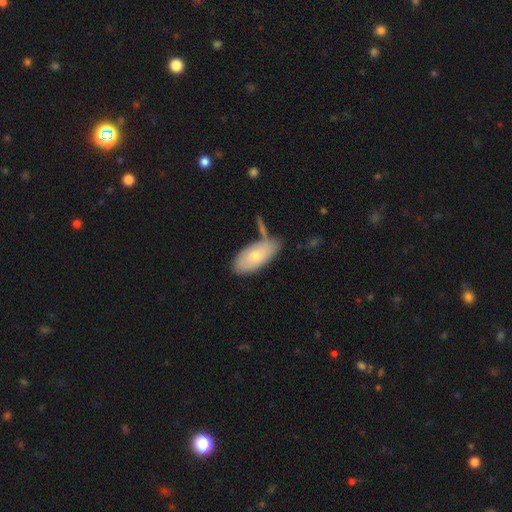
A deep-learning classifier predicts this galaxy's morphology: Q: Smooth or featured?
A: smooth (69%); runner-up: featured or disk (25%)
Q: How rounded?
A: in between (92%); runner-up: cigar-shaped (5%)
Q: Merging?
A: none (60%); runner-up: minor disturbance (18%)